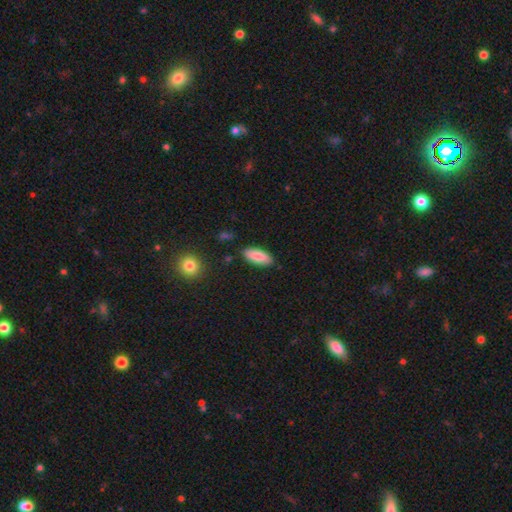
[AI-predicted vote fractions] This is clearly a smooth galaxy (83%). How rounded: likely in between (80%). Merging: clearly none (85%).